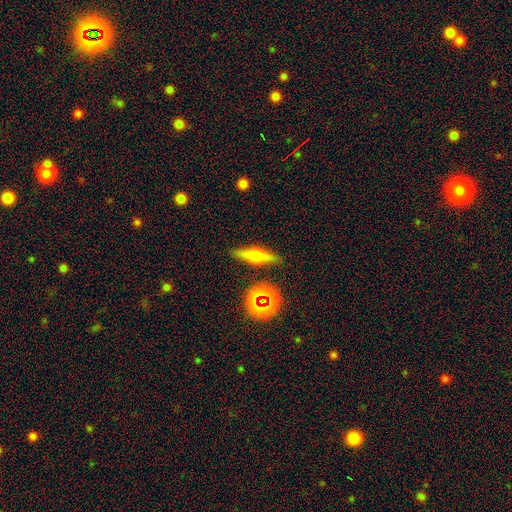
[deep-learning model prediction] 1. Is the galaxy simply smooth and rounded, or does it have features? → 51% featured or disk, 39% smooth, 11% star or artifact.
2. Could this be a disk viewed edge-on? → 92% yes, 8% no.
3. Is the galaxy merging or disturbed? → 87% none, 9% minor disturbance, 2% major disturbance, 2% merger.